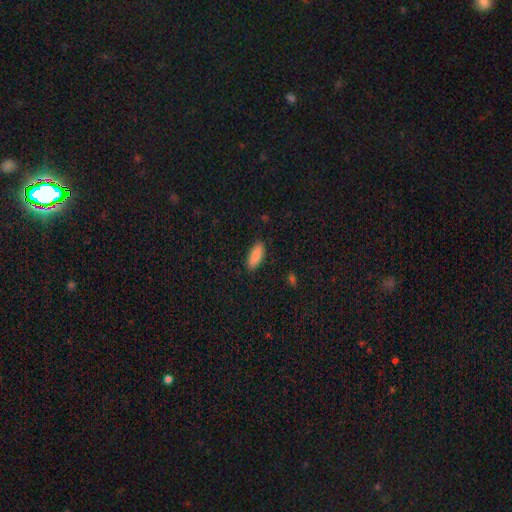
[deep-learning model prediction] Overall: smooth (85%). How rounded: in between (79%). Merging: none (88%).